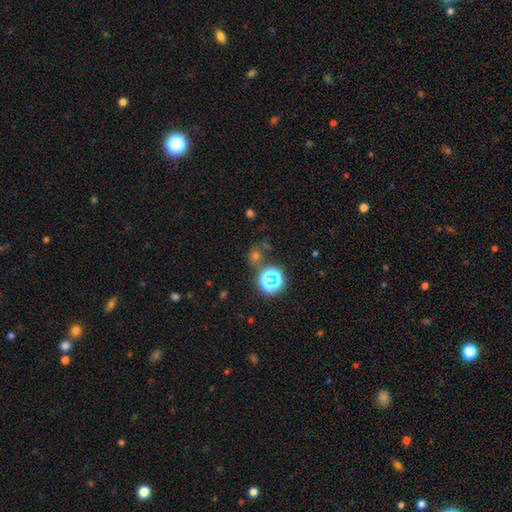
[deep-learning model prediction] smooth_or_featured: star or artifact (p=0.50) [alt: smooth p=0.40]